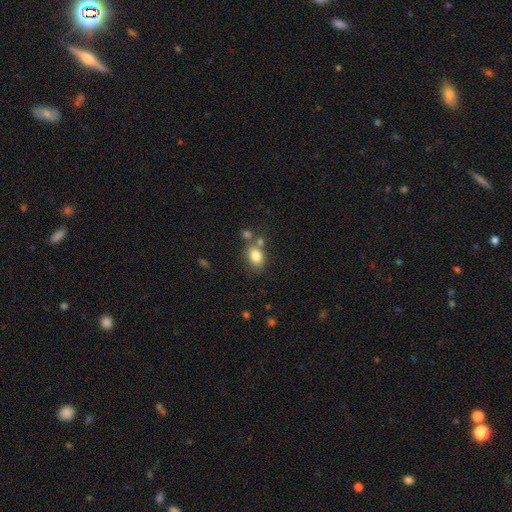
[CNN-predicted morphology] This appears to be a smooth galaxy with no disk features (81%) that is in between round and cigar-shaped (71%). Merging: none (59%).